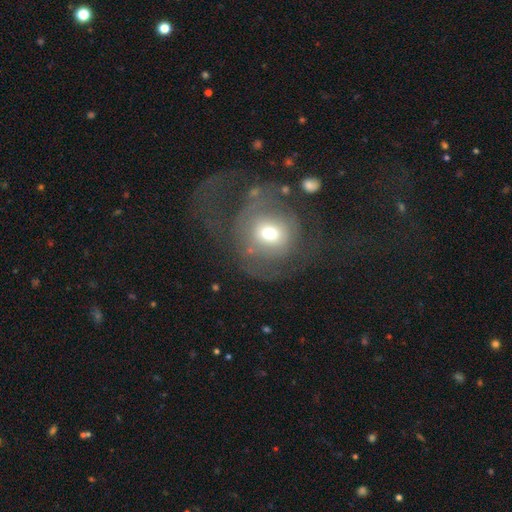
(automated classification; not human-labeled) This is possibly a featured or disk galaxy (47%). Merging: likely major disturbance (61%).